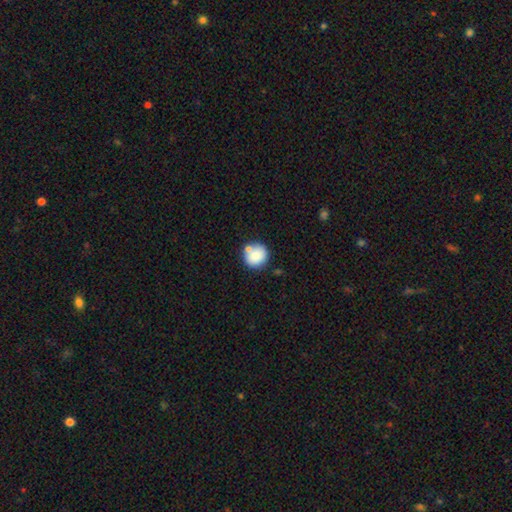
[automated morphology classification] Q: Smooth or featured?
A: smooth (84%); runner-up: star or artifact (8%)
Q: How rounded?
A: round (86%); runner-up: in between (13%)
Q: Merging?
A: none (67%); runner-up: merger (17%)